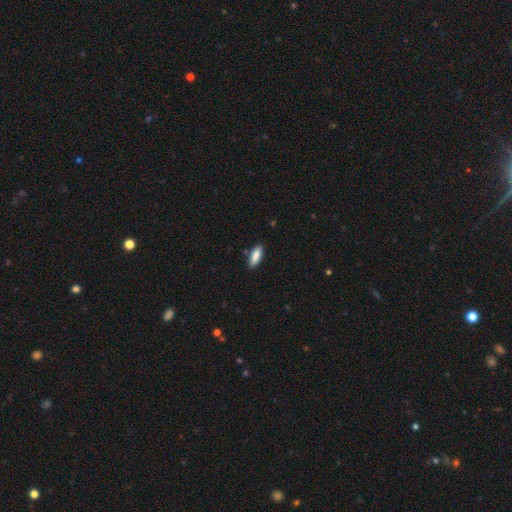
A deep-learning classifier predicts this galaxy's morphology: Q: Smooth or featured?
A: smooth (88%); runner-up: featured or disk (6%)
Q: How rounded?
A: in between (64%); runner-up: cigar-shaped (34%)
Q: Merging?
A: none (85%); runner-up: minor disturbance (11%)